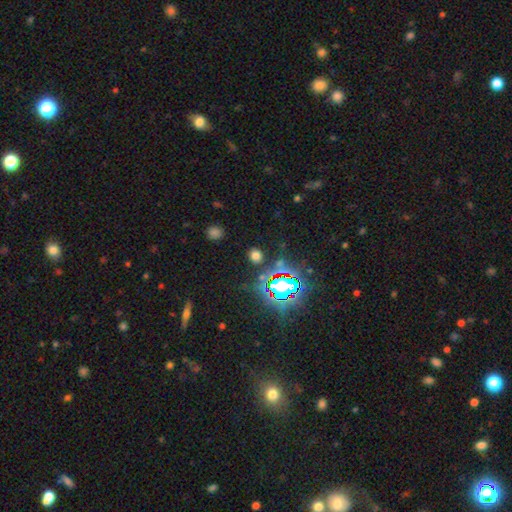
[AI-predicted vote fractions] This is possibly a smooth galaxy (60%). How rounded: likely round (79%). Merging: clearly none (86%).